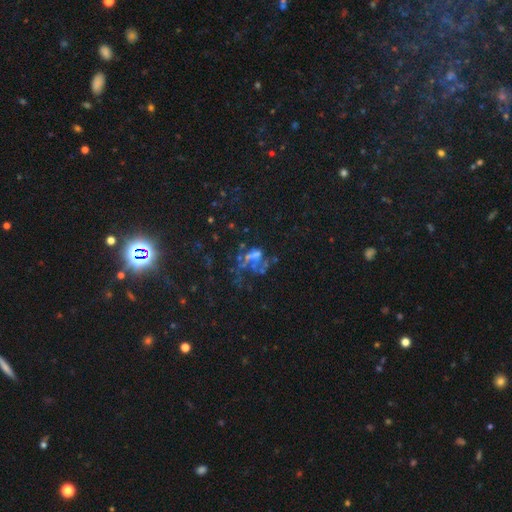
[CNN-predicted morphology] type=star or artifact (39%, tied with featured or disk).